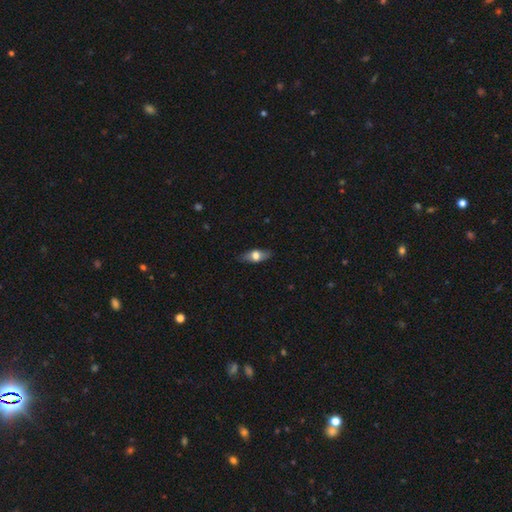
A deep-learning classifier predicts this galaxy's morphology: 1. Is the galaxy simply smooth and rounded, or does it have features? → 57% smooth, 36% featured or disk, 7% star or artifact.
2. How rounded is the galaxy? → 74% in between, 20% cigar-shaped, 6% round.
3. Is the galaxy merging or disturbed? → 83% none, 13% minor disturbance, 3% major disturbance, 1% merger.